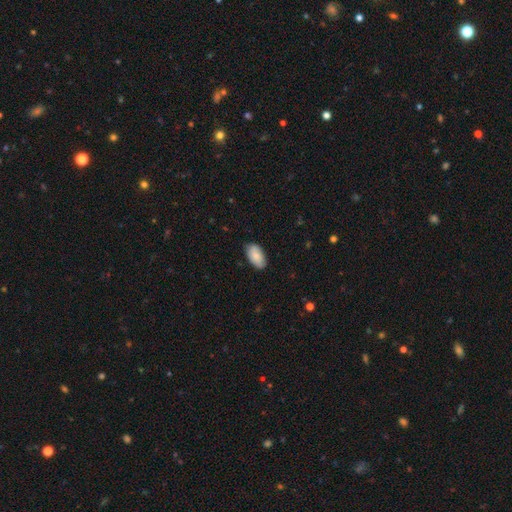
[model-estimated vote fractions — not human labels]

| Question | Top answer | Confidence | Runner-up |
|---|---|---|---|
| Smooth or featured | smooth | 86% | featured or disk (8%) |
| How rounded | in between | 95% | round (3%) |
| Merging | none | 85% | minor disturbance (12%) |